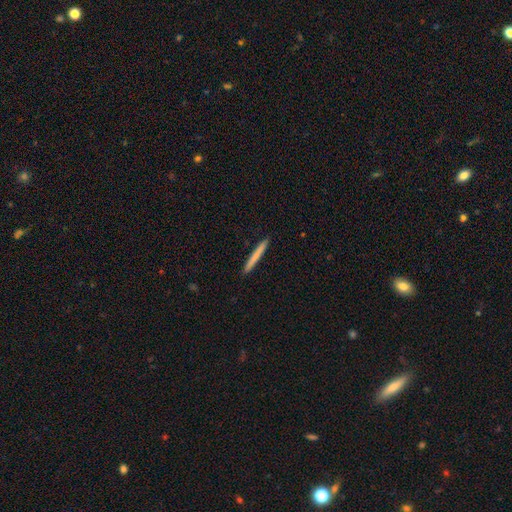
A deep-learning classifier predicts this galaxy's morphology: The model was most divided on "smooth or featured": smooth: 75%, featured or disk: 20%, star or artifact: 5%. More confident: how rounded — cigar-shaped (97%); merging — none (93%).